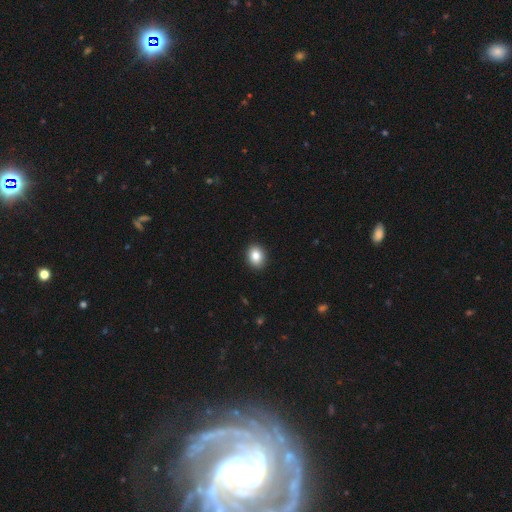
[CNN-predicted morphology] A smooth galaxy with no disk features (85%) that is in between round and cigar-shaped (54%). Merging: none (92%).